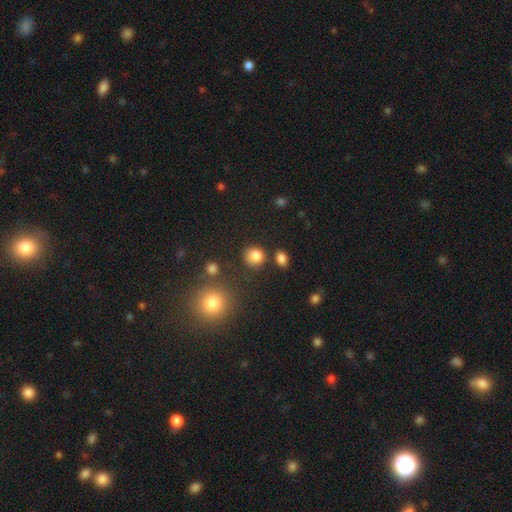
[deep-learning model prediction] This is clearly a smooth galaxy (84%). How rounded: clearly round (82%). Merging: clearly none (80%).